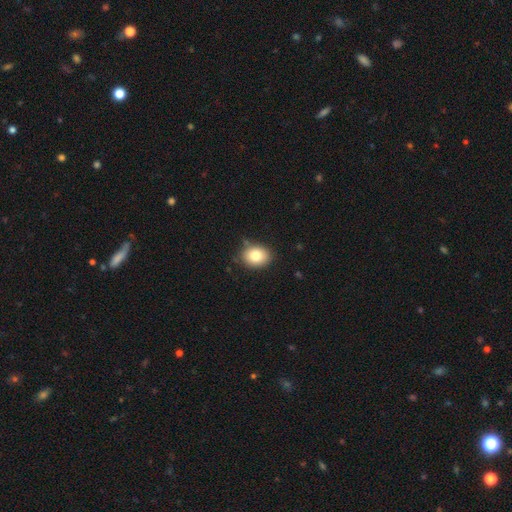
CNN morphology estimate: A smooth galaxy with no disk features (81%) that is in between round and cigar-shaped (50%, tied with round).

Vote fractions:
- Smooth or featured? smooth: 81% / featured or disk: 10% / star or artifact: 10%
- How rounded? in between: 50% (tied) / round: 50% (tied) / cigar-shaped: 1%
- Merging? none: 82% / minor disturbance: 13% / major disturbance: 3% / merger: 2%